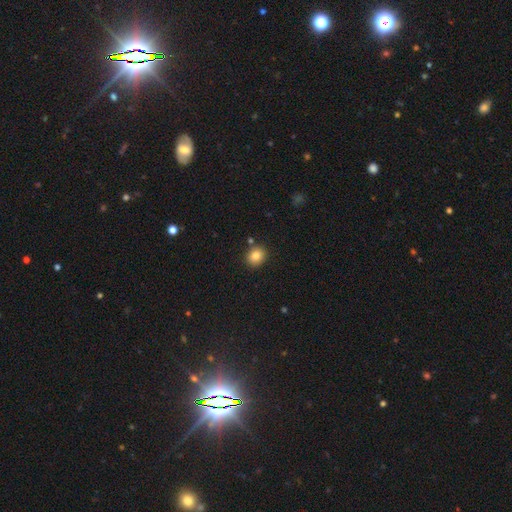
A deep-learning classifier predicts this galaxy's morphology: Smooth or featured: smooth — 84% (star or artifact — 10%)
How rounded: round — 72% (in between — 27%)
Merging: none — 84% (minor disturbance — 9%)